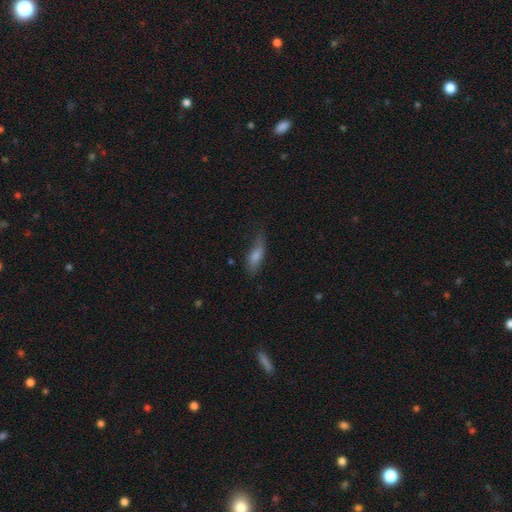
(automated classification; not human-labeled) Smooth or featured: smooth — 64% (featured or disk — 25%)
How rounded: in between — 50% (cigar-shaped — 47%)
Merging: none — 55% (minor disturbance — 30%)